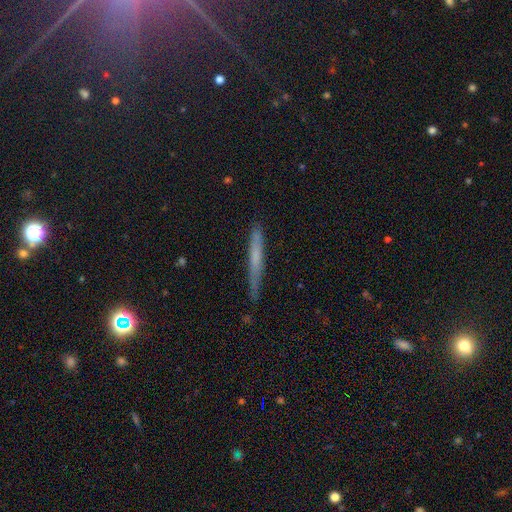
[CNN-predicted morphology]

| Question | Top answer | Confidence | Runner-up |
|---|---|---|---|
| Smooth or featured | smooth | 51% | featured or disk (40%) |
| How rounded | cigar-shaped | 96% | in between (3%) |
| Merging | none | 79% | minor disturbance (16%) |